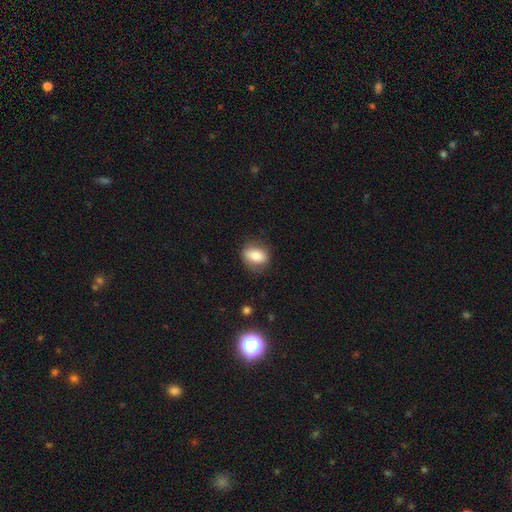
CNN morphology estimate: Smooth or featured: smooth — 75% (featured or disk — 17%)
How rounded: in between — 64% (round — 34%)
Merging: none — 79% (minor disturbance — 15%)